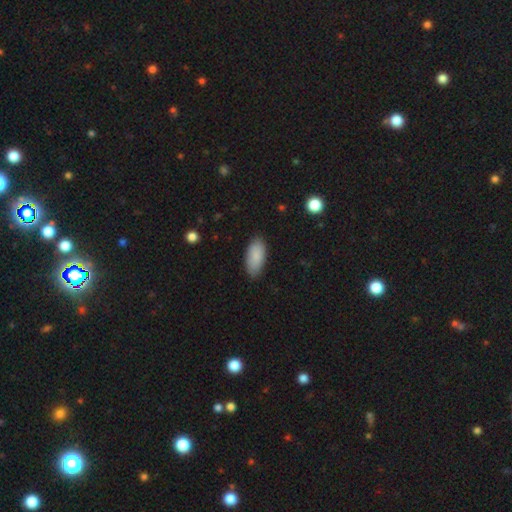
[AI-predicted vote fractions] Morphology: type=smooth (87%); roundness=in between (91%); merging=none (82%).